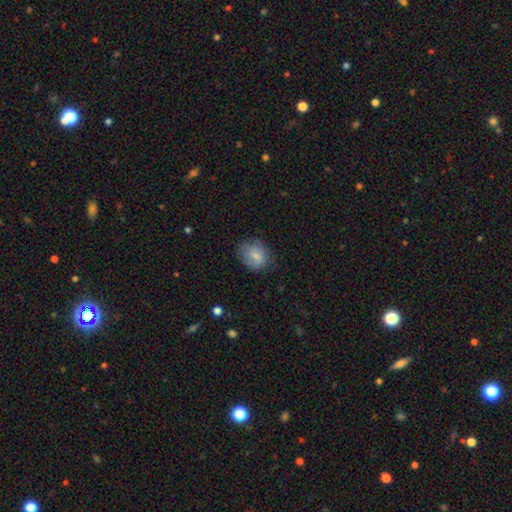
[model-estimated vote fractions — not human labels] Smooth or featured?
  - smooth: 74% *
  - featured or disk: 18%
  - star or artifact: 8%
How rounded?
  - round: 55% *
  - in between: 44%
  - cigar-shaped: 1%
Merging?
  - none: 66% *
  - minor disturbance: 24%
  - major disturbance: 9%
  - merger: 1%